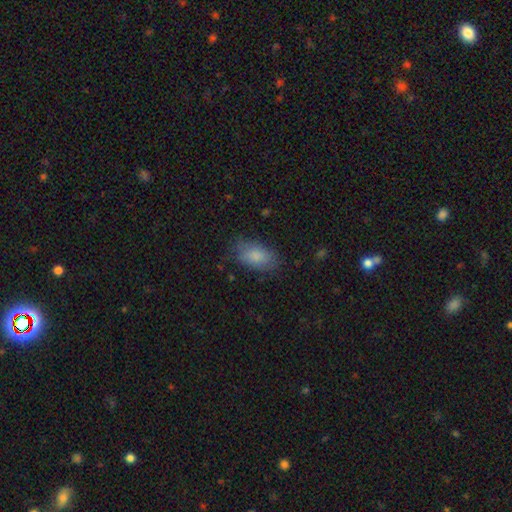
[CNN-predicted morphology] smooth 83%, featured or disk 10%, star or artifact 7%. Down the decision tree: how rounded — in between (92%); merging — none (71%).